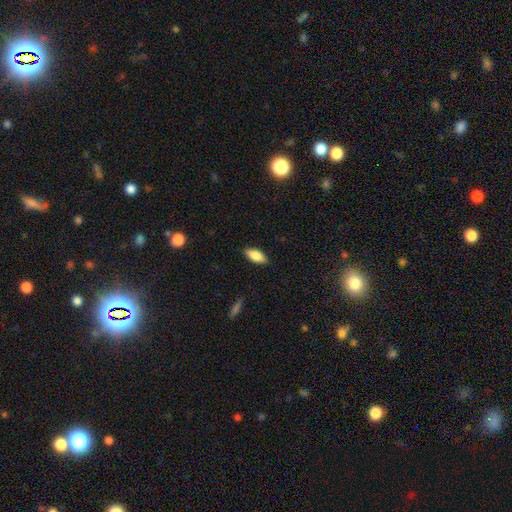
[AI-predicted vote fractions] smooth-or-featured: smooth: 83% | featured or disk: 10% | star or artifact: 7%
  how-rounded: in between: 85% | cigar-shaped: 13% | round: 2%
  merging: none: 86% | minor disturbance: 11% | major disturbance: 2% | merger: 1%